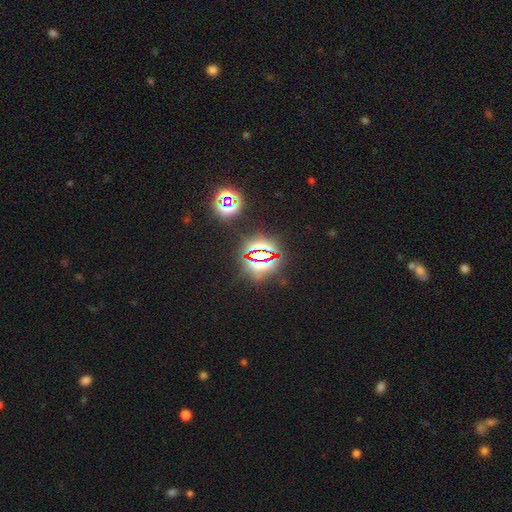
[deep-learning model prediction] This appears to be a star or artifact, not a galaxy (78%).